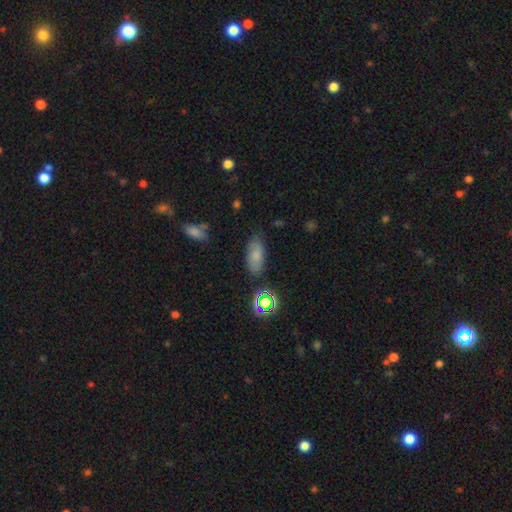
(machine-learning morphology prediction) A smooth galaxy with no disk features (75%) that is in between round and cigar-shaped (88%). Merging: none (78%).